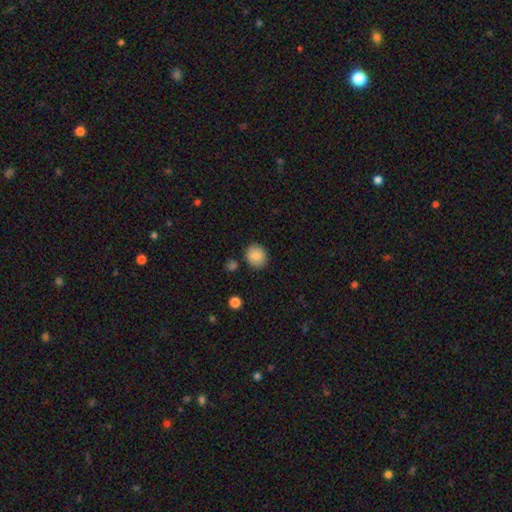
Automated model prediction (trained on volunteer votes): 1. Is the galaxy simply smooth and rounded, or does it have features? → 86% smooth, 8% star or artifact, 5% featured or disk.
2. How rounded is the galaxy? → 75% round, 25% in between, 1% cigar-shaped.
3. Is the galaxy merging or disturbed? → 86% none, 9% minor disturbance, 3% merger, 2% major disturbance.